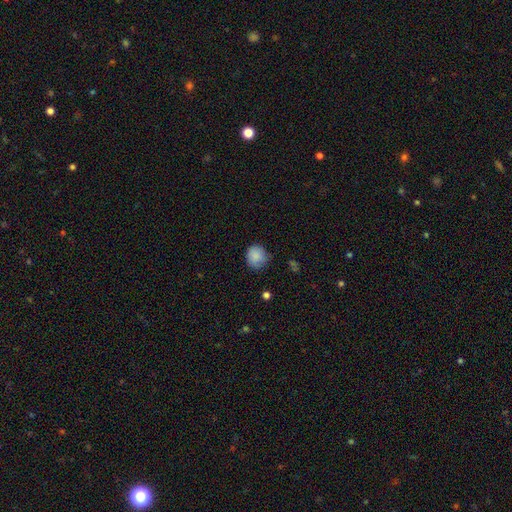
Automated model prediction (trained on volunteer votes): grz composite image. It shows a smooth galaxy with no disk features (87%) that is round (84%). Merging: none (70%).